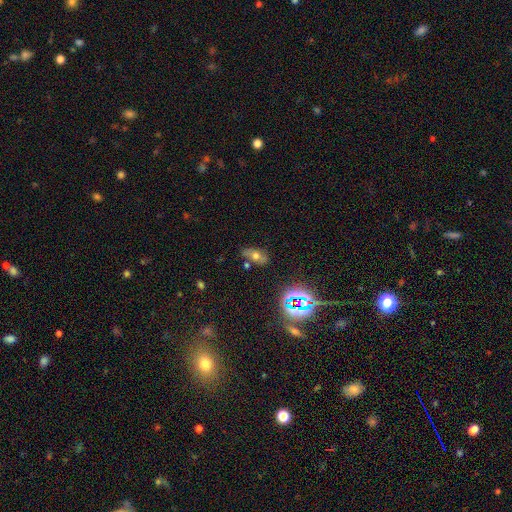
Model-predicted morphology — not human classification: smooth 46%, featured or disk 29%, star or artifact 25%. Down the decision tree: merging — none (64%).